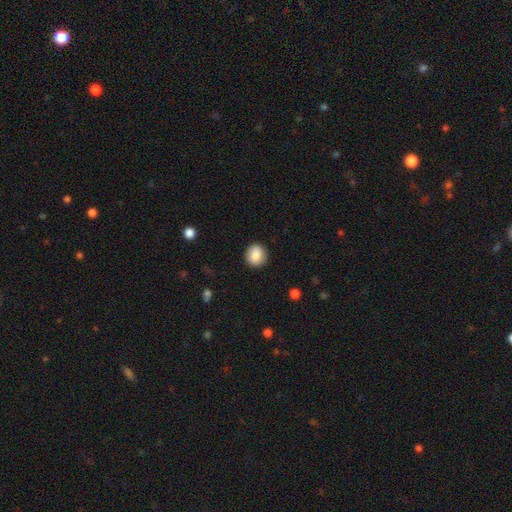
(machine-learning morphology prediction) Smooth or featured: smooth — 88% (star or artifact — 8%)
How rounded: round — 87% (in between — 12%)
Merging: none — 90% (minor disturbance — 7%)